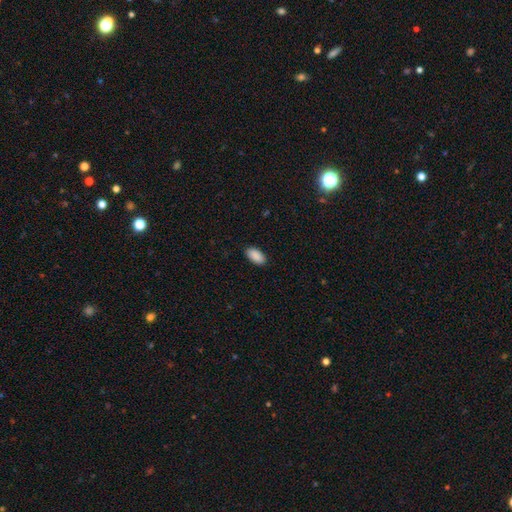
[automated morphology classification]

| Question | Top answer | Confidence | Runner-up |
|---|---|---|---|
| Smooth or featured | smooth | 91% | star or artifact (7%) |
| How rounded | in between | 95% | cigar-shaped (3%) |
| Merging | none | 89% | minor disturbance (8%) |